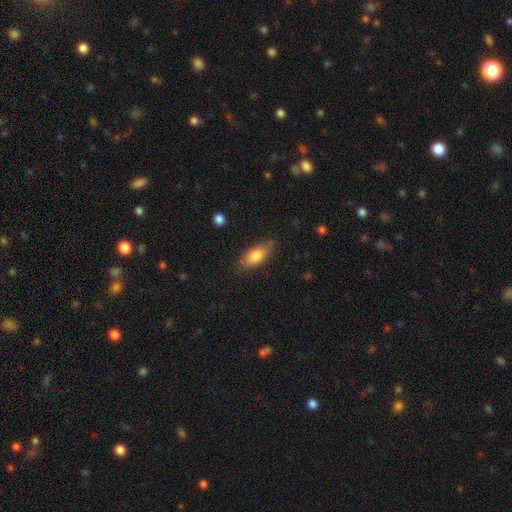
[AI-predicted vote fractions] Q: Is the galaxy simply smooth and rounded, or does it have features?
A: smooth — 79%.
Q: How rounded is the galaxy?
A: in between — 84%.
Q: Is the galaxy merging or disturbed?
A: none — 73%.